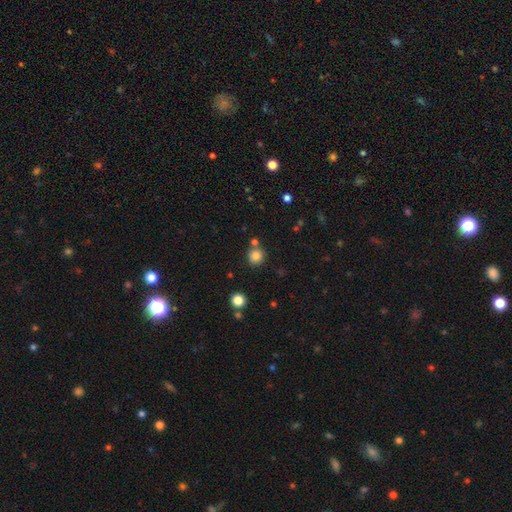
This appears to be a smooth galaxy with no disk features (72%) that is round (90%). Merging: none (71%).